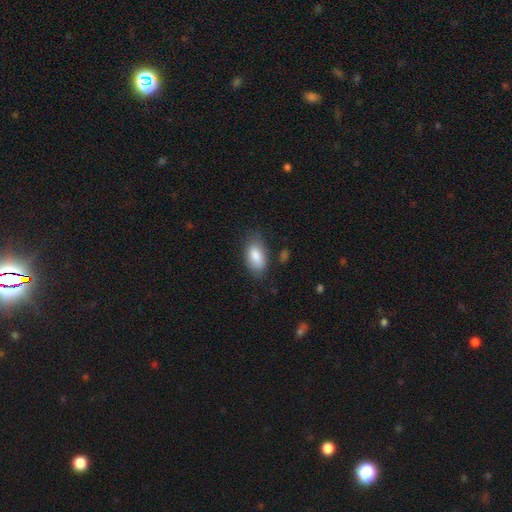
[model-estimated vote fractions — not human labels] This appears to be a smooth galaxy with no disk features (84%) that is in between round and cigar-shaped (92%). Merging: none (70%).